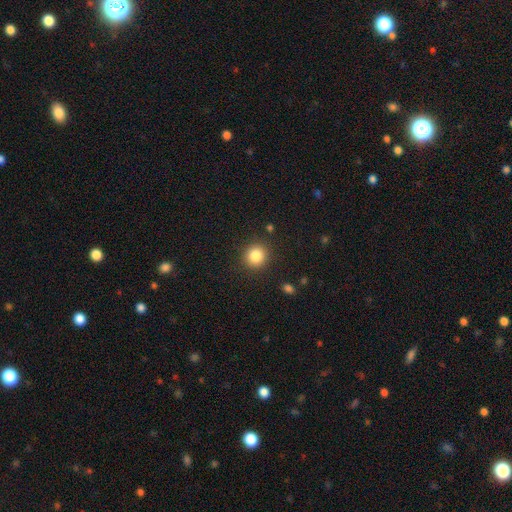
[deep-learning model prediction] The model was most divided on "smooth or featured": smooth: 84%, star or artifact: 10%, featured or disk: 5%. More confident: merging — none (89%); how rounded — round (89%).